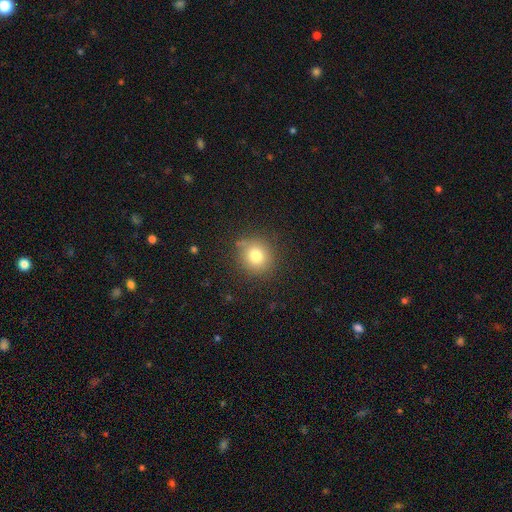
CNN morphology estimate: smooth 78%, star or artifact 13%, featured or disk 9%. Down the decision tree: how rounded — round (88%); merging — none (82%).